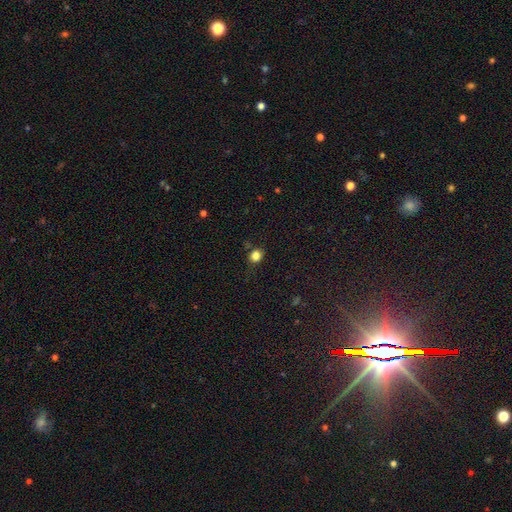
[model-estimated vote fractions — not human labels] Q: Smooth or featured?
A: smooth (83%); runner-up: star or artifact (13%)
Q: How rounded?
A: round (74%); runner-up: in between (25%)
Q: Merging?
A: none (79%); runner-up: minor disturbance (14%)